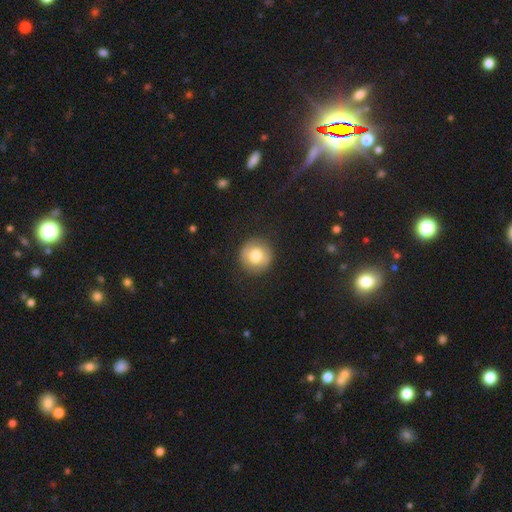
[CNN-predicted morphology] This appears to be a smooth galaxy with no disk features (75%) that is round (93%). Merging: none (88%).